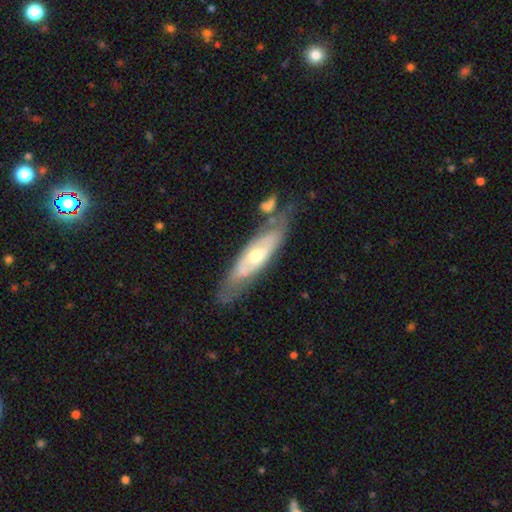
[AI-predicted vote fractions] This appears to be a featured or disk galaxy (67%). Merging: none (66%).